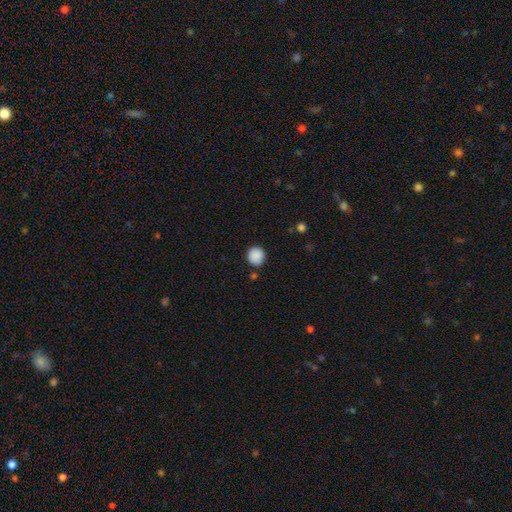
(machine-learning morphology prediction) smooth_or_featured: smooth (p=0.89) [alt: star or artifact p=0.09]
how_rounded: round (p=0.90) [alt: in between p=0.09]
merging: none (p=0.86) [alt: minor disturbance p=0.09]